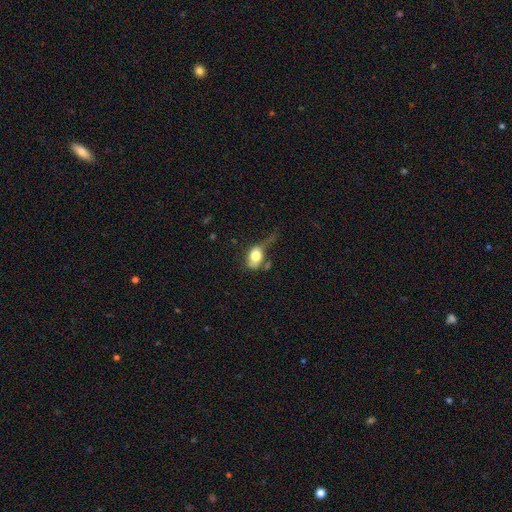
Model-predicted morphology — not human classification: Smooth or featured: smooth — 70% (featured or disk — 21%)
How rounded: in between — 69% (round — 28%)
Merging: major disturbance — 37% (minor disturbance — 27%)